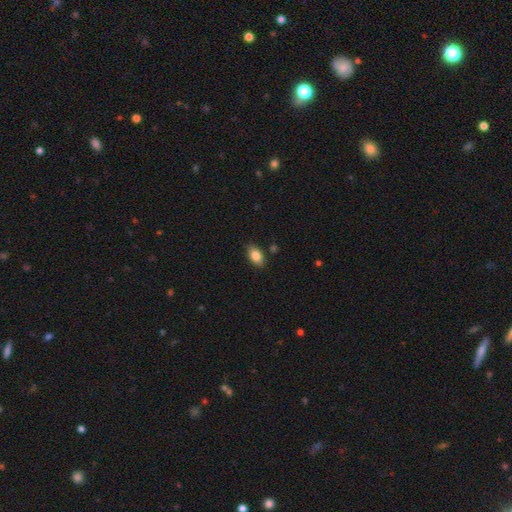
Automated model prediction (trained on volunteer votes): Overall: smooth (84%). How rounded: in between (91%). Merging: none (85%).